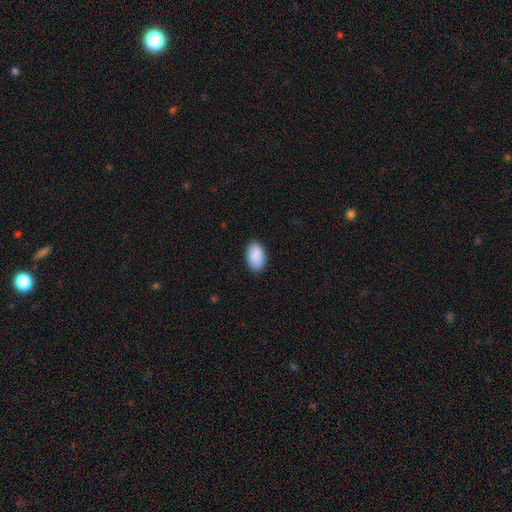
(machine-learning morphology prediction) This appears to be a smooth galaxy with no disk features (91%) that is in between round and cigar-shaped (94%). Merging: none (87%).